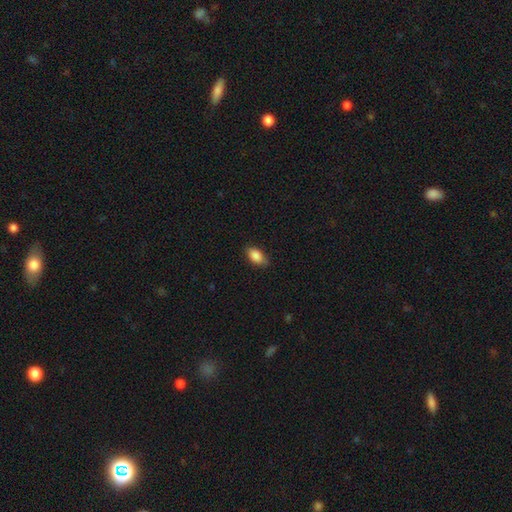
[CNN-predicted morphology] Smooth or featured? smooth (87%)
How rounded? in between (90%)
Merging? none (80%)